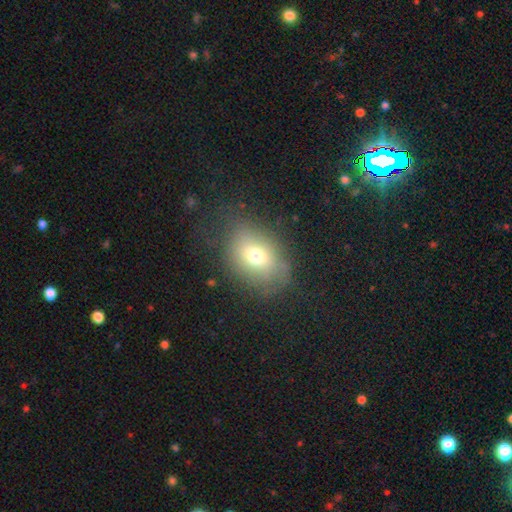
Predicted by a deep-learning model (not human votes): Q: Smooth or featured?
A: smooth (69%); runner-up: featured or disk (18%)
Q: How rounded?
A: in between (61%); runner-up: round (38%)
Q: Merging?
A: none (63%); runner-up: minor disturbance (22%)